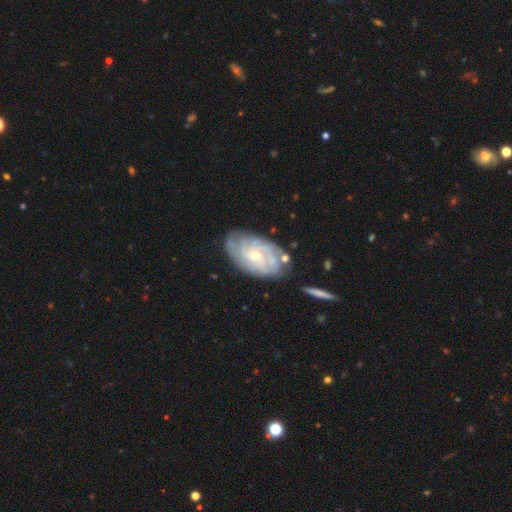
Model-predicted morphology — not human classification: Smooth or featured: featured or disk — 82% (smooth — 12%)
Edge-on disk: no — 96% (yes — 4%)
Bar: no — 68% (weak — 28%)
Spiral arms: yes — 94% (no — 6%)
Spiral winding: tight — 69% (medium — 25%)
Spiral arm count: can't tell — 39% (4 — 20%)
Bulge size: small — 56% (moderate — 40%)
Merging: none — 70% (minor disturbance — 20%)